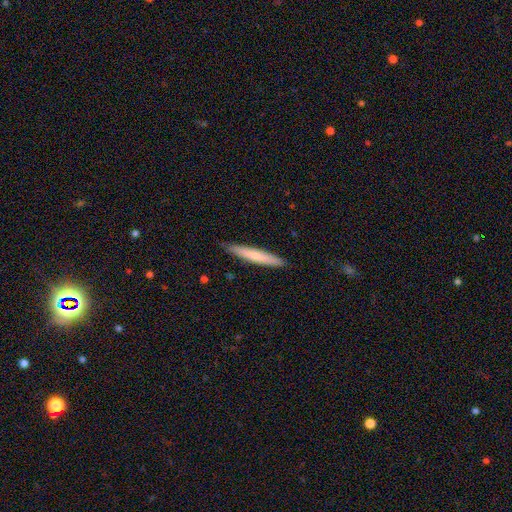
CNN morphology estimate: Smooth or featured?
  - smooth: 67% *
  - featured or disk: 28%
  - star or artifact: 5%
How rounded?
  - cigar-shaped: 95% *
  - in between: 4%
  - round: 1%
Merging?
  - none: 89% *
  - minor disturbance: 9%
  - major disturbance: 1%
  - merger: 1%